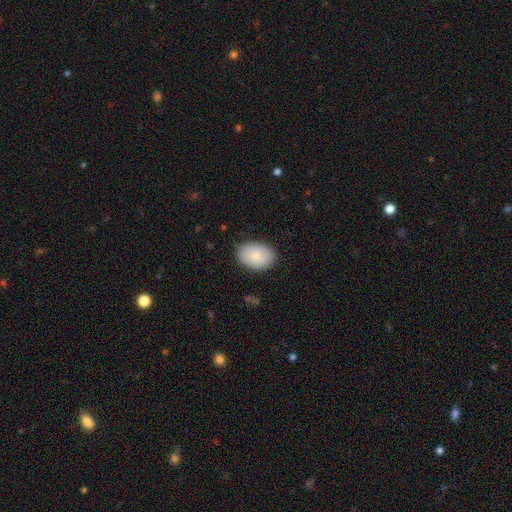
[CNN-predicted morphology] The model was most divided on "how rounded": in between: 84%, round: 15%, cigar-shaped: 1%. More confident: merging — none (85%); smooth or featured — smooth (84%).